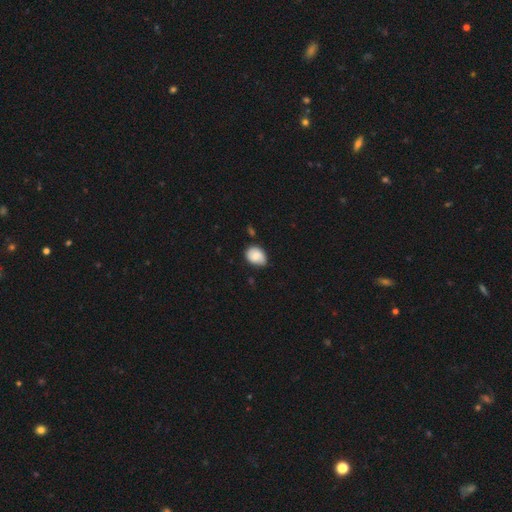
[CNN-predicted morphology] smooth 81%, featured or disk 12%, star or artifact 8%. Down the decision tree: how rounded — in between (64%); merging — none (60%).